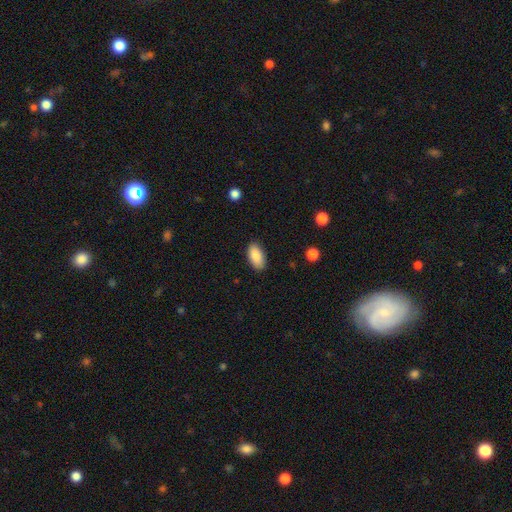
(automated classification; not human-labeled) This is clearly a smooth galaxy (89%). How rounded: clearly in between (94%). Merging: clearly none (87%).